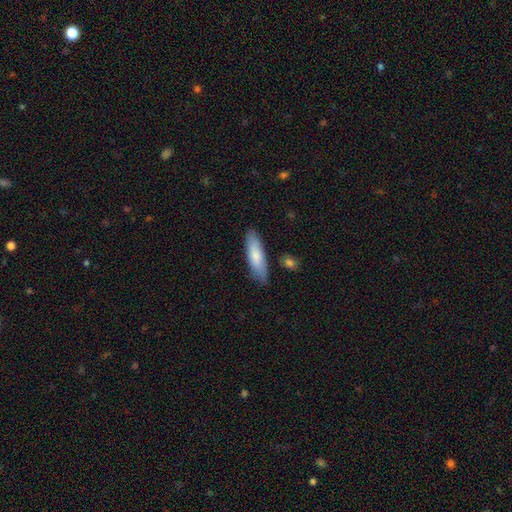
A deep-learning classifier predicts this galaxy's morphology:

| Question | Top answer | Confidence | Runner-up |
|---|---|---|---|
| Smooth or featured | smooth | 76% | featured or disk (18%) |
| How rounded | cigar-shaped | 59% | in between (39%) |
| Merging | none | 83% | minor disturbance (12%) |